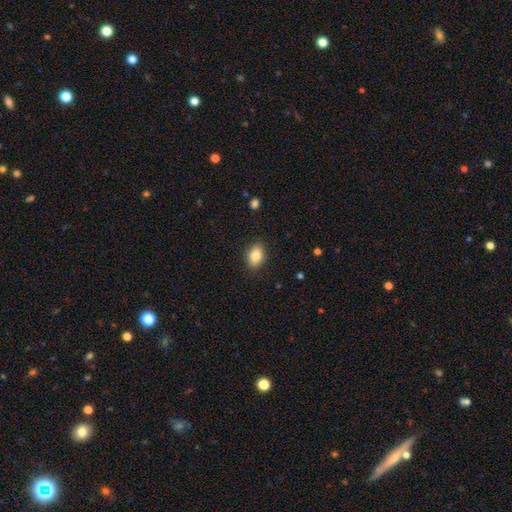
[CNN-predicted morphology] A smooth galaxy with no disk features (82%) that is in between round and cigar-shaped (75%).

Vote fractions:
- Smooth or featured? smooth: 82% / featured or disk: 9% / star or artifact: 8%
- How rounded? in between: 75% / round: 23% / cigar-shaped: 2%
- Merging? none: 87% / minor disturbance: 9% / major disturbance: 2% / merger: 1%